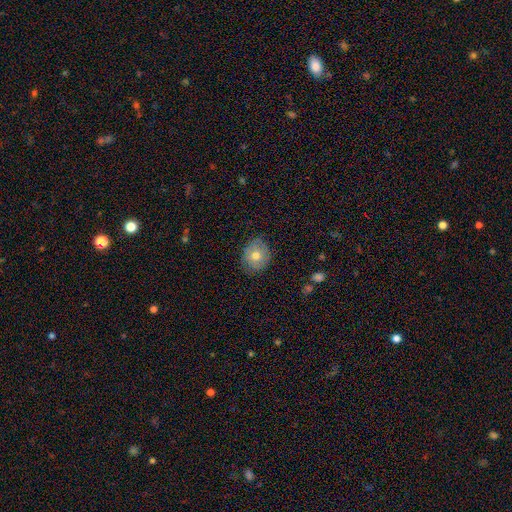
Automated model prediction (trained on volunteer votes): Q: Smooth or featured?
A: smooth (67%); runner-up: featured or disk (24%)
Q: How rounded?
A: round (72%); runner-up: in between (27%)
Q: Merging?
A: none (77%); runner-up: minor disturbance (18%)